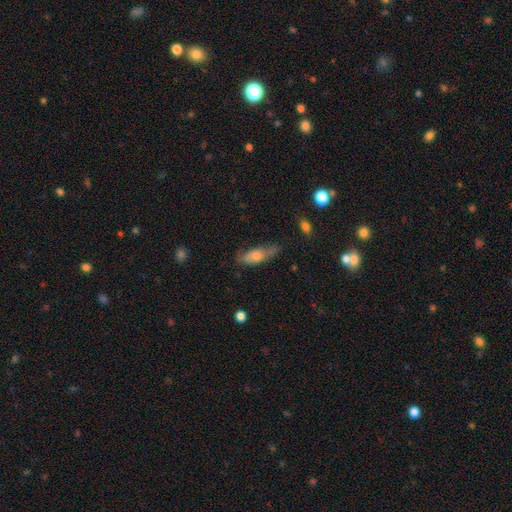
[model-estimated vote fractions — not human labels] smooth 59%, featured or disk 33%, star or artifact 8%. Down the decision tree: how rounded — in between (61%); merging — none (57%).